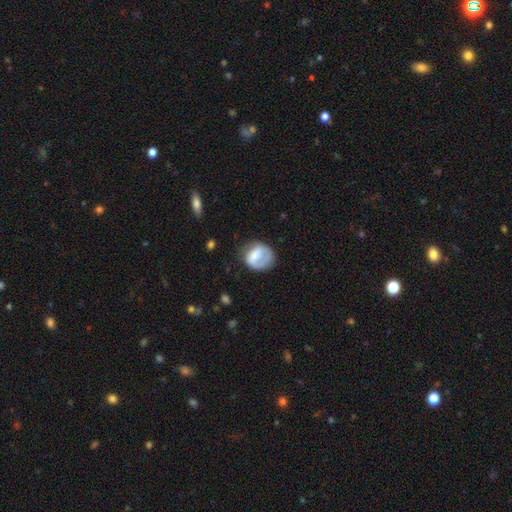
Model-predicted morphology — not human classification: smooth_or_featured: smooth (p=0.60) [alt: featured or disk p=0.33]
how_rounded: round (p=0.66) [alt: in between p=0.33]
merging: none (p=0.48) [alt: minor disturbance p=0.26]